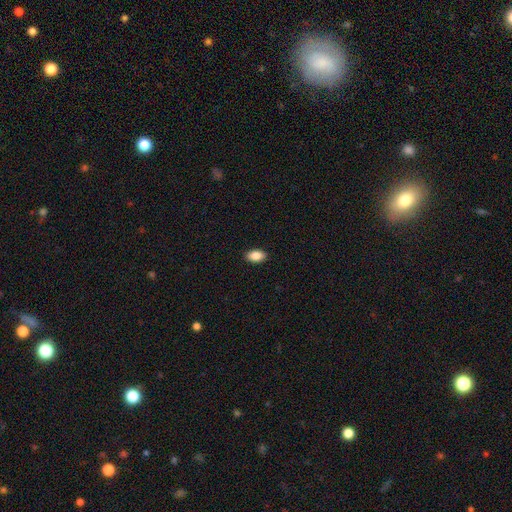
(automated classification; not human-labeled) Morphology: type=smooth (87%); roundness=in between (92%); merging=none (90%).